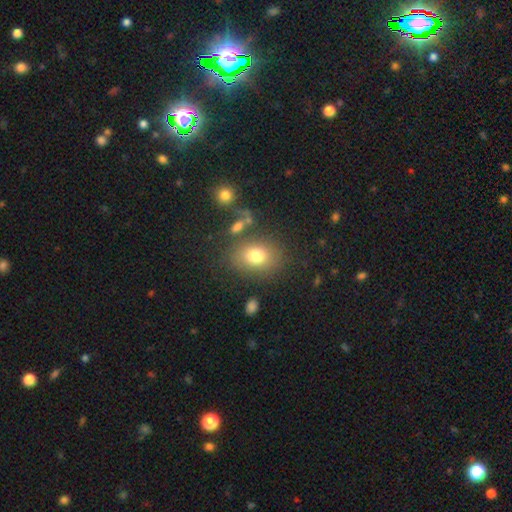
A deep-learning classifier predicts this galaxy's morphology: Smooth or featured? smooth (76%)
How rounded? in between (62%)
Merging? none (74%)